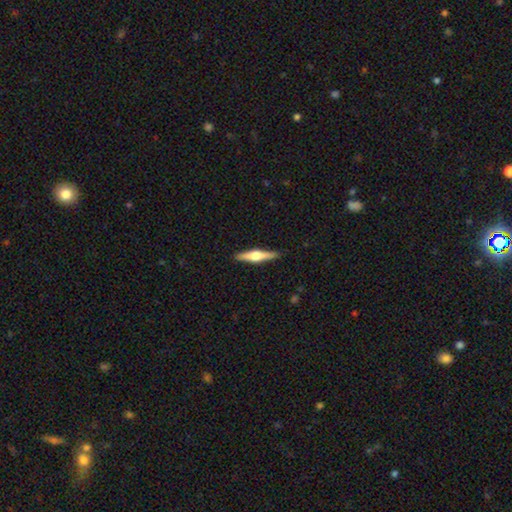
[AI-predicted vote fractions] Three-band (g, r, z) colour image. It shows a featured or disk galaxy (65%) viewed edge-on (98%) with a rounded central bulge (93%). Merging: none (91%).